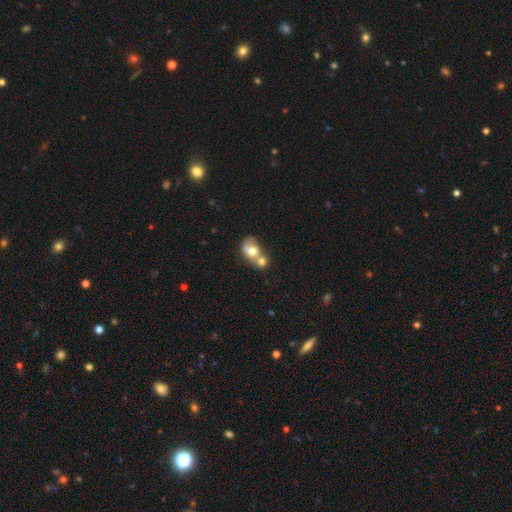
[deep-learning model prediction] Smooth or featured?
  - smooth: 55% *
  - featured or disk: 34%
  - star or artifact: 11%
How rounded?
  - in between: 57% *
  - round: 41%
  - cigar-shaped: 2%
Merging?
  - merger: 64% *
  - none: 22%
  - minor disturbance: 8%
  - major disturbance: 6%